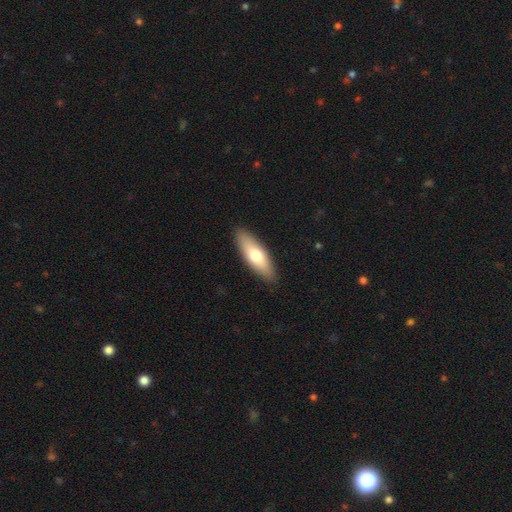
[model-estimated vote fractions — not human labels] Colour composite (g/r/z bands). It shows a smooth galaxy with no disk features (69%) that is in between round and cigar-shaped (57%). Merging: none (89%).